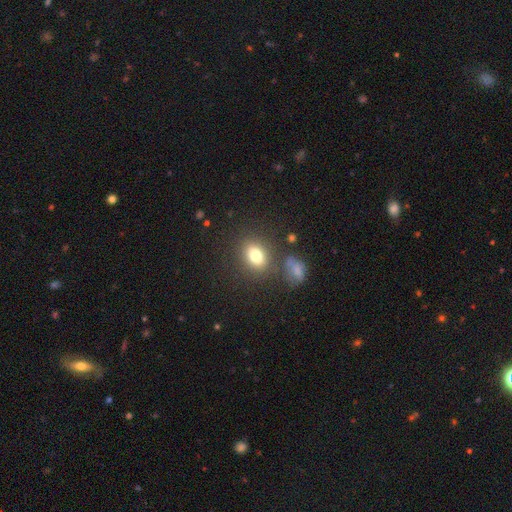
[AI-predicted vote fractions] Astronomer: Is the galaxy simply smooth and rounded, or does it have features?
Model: smooth — 80%.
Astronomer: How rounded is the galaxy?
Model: in between — 66%.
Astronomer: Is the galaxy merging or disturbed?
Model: none — 75%.